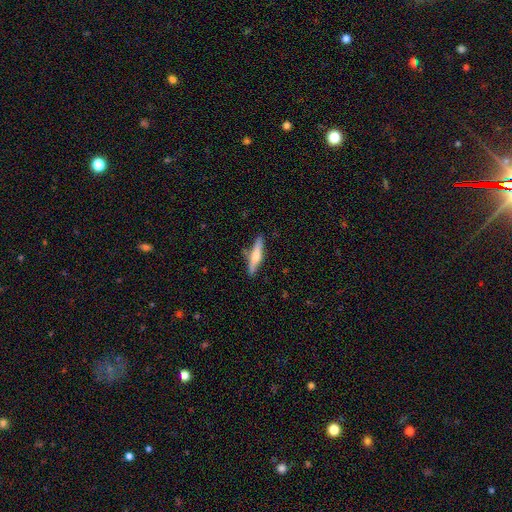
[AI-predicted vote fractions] A smooth galaxy with no disk features (49%).

Vote fractions:
- Smooth or featured? smooth: 49% / featured or disk: 45% / star or artifact: 6%
- Merging? none: 81% / minor disturbance: 13% / merger: 3% / major disturbance: 3%